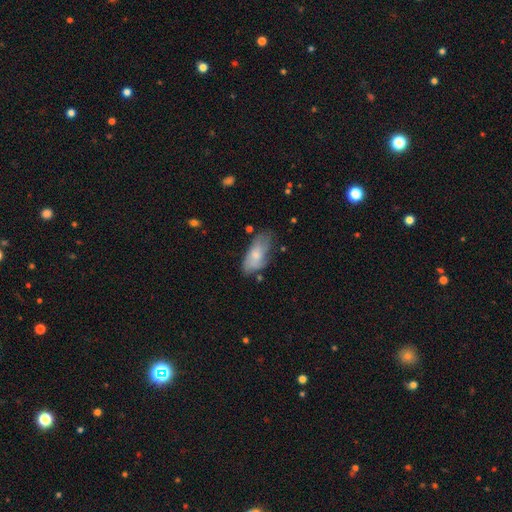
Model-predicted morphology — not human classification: Overall: smooth (68%). How rounded: in between (89%). Merging: none (50%; minor disturbance 34%).